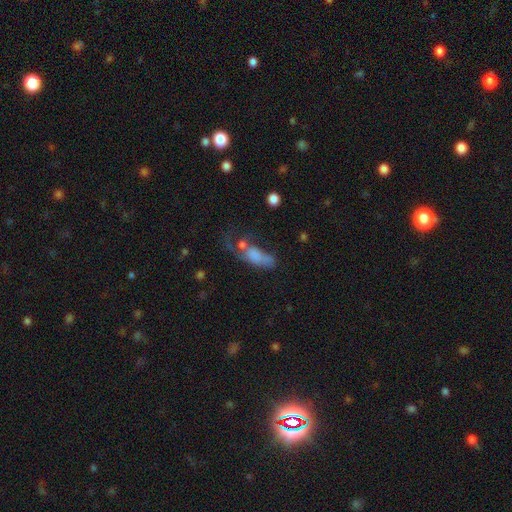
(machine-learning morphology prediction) A smooth galaxy with no disk features (63%) that is in between round and cigar-shaped (78%). Merging: major disturbance (38%).